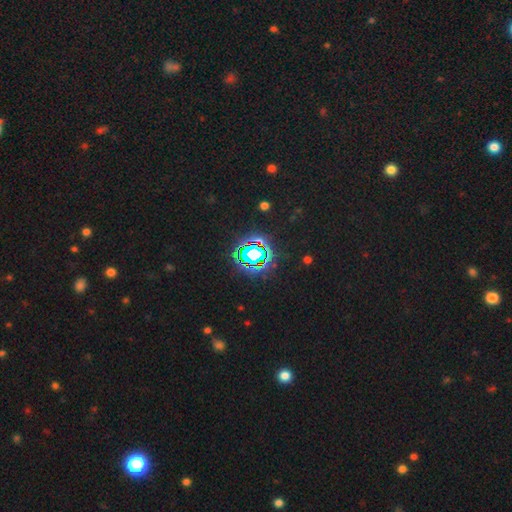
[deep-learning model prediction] star or artifact 78%, smooth 14%, featured or disk 7%.